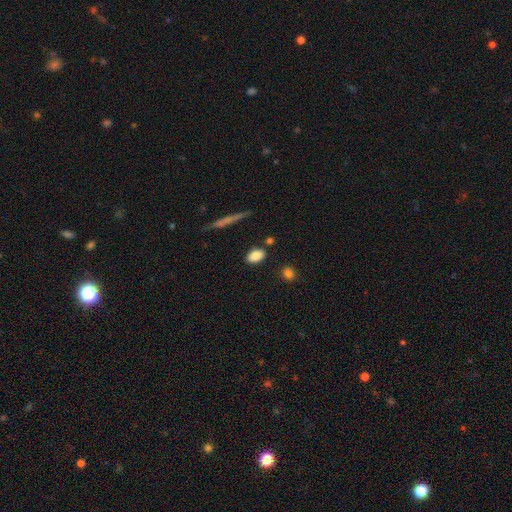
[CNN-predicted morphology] Smooth or featured: smooth — 86% (star or artifact — 8%)
How rounded: in between — 87% (round — 9%)
Merging: none — 82% (minor disturbance — 11%)